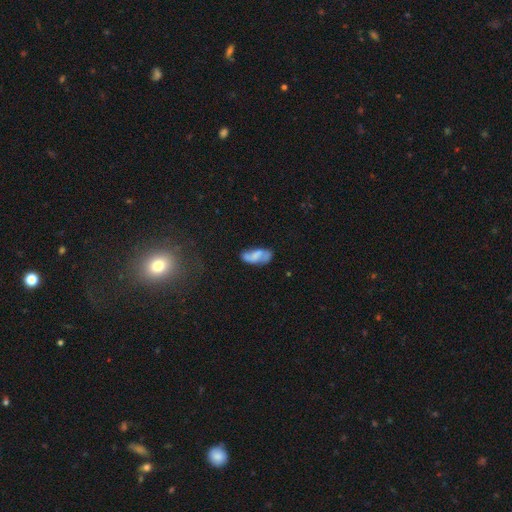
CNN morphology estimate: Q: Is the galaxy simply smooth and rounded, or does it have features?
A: featured or disk — 47%.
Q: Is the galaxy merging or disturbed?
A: none — 56%.